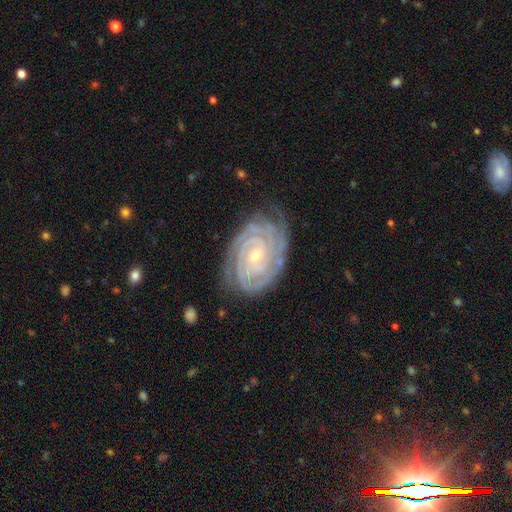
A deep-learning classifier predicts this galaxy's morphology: This is clearly a featured or disk galaxy (91%). It is clearly not viewed edge-on (97%). Bar: likely no (65%). Spiral arm pattern: clearly yes (98%). Spiral arm count: marginally 2 (32%). Spiral winding: clearly tight (88%). Central bulge: likely small (68%). Merging: likely none (76%).